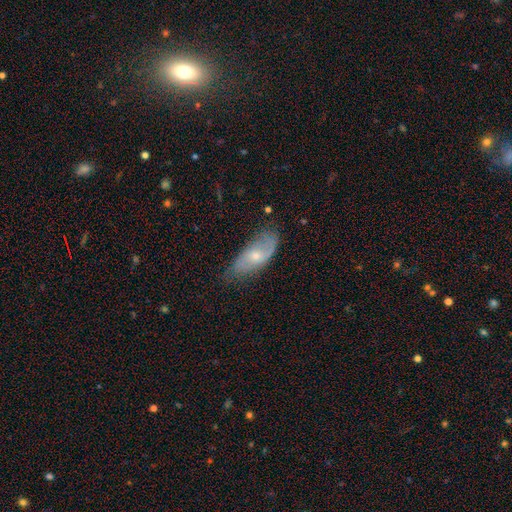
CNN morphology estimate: featured or disk 54%, smooth 38%, star or artifact 8%. Down the decision tree: edge-on disk — no (87%); merging — none (61%).